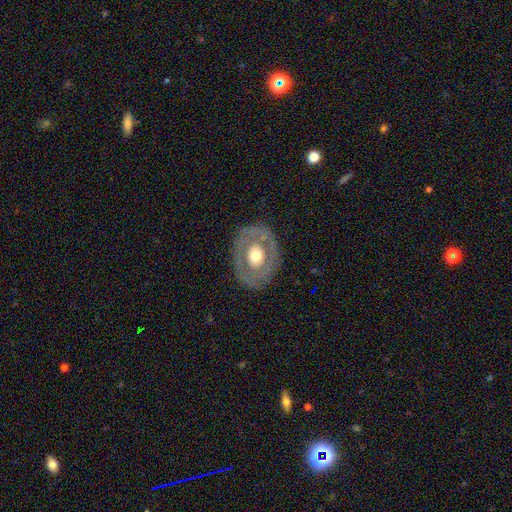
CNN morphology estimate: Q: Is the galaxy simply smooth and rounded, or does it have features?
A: featured or disk — 59%.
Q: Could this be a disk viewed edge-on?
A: no — 94%.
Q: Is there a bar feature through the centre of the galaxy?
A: no — 85%.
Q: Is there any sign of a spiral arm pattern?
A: no — 81%.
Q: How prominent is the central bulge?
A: moderate — 62%.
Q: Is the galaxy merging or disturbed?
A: none — 80%.